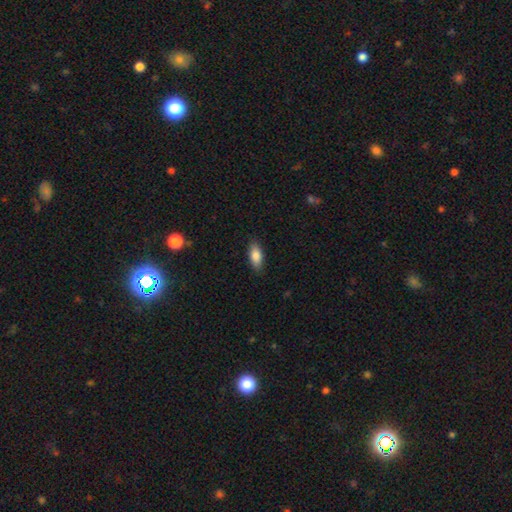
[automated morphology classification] Overall: smooth (84%). How rounded: in between (82%). Merging: none (86%).